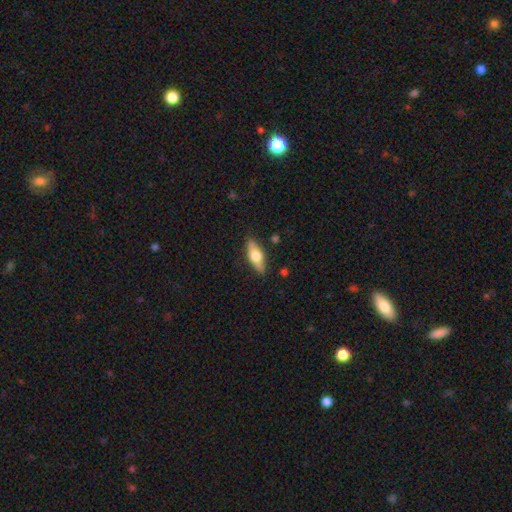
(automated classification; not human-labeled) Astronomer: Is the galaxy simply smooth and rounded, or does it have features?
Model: smooth — 51% (runner-up: featured or disk, 43%).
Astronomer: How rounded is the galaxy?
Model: in between — 63%.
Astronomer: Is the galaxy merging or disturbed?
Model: none — 86%.